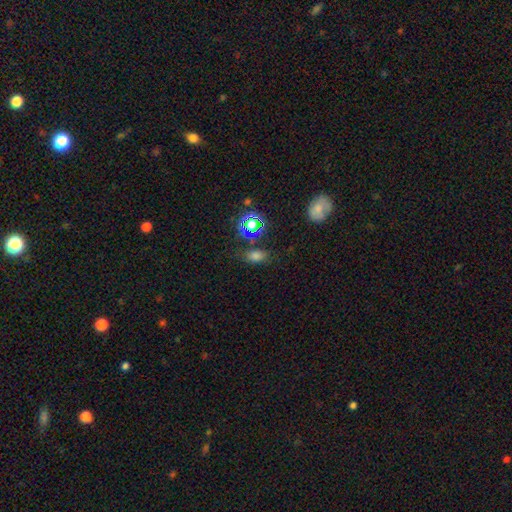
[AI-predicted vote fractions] Smooth or featured?
  - smooth: 69% *
  - star or artifact: 24%
  - featured or disk: 7%
How rounded?
  - in between: 81% *
  - round: 15%
  - cigar-shaped: 4%
Merging?
  - none: 77% *
  - minor disturbance: 14%
  - merger: 5%
  - major disturbance: 5%